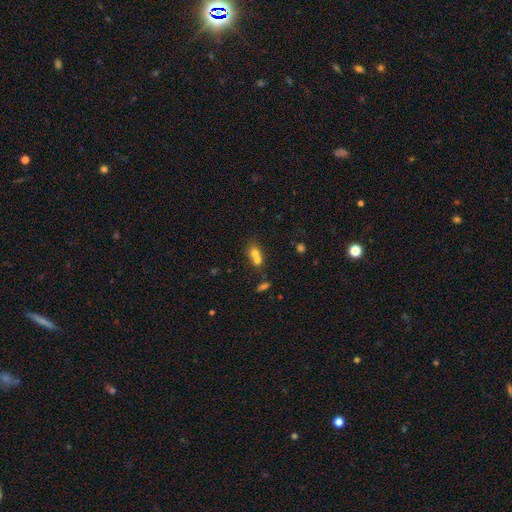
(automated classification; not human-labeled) Q: Smooth or featured?
A: smooth (69%); runner-up: featured or disk (18%)
Q: How rounded?
A: round (61%); runner-up: in between (37%)
Q: Merging?
A: merger (65%); runner-up: none (26%)